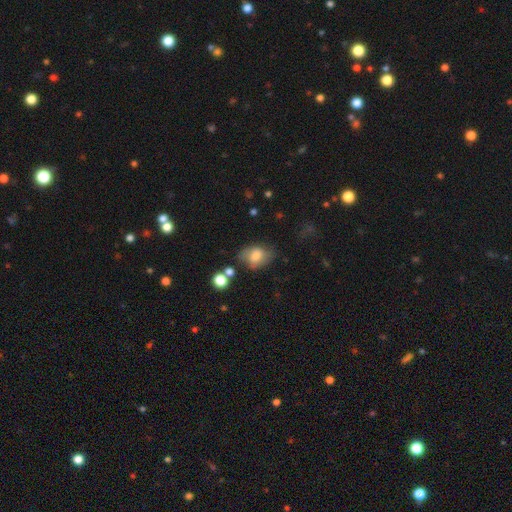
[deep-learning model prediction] This is likely a smooth galaxy (74%). How rounded: likely in between (71%). Merging: possibly none (56%).